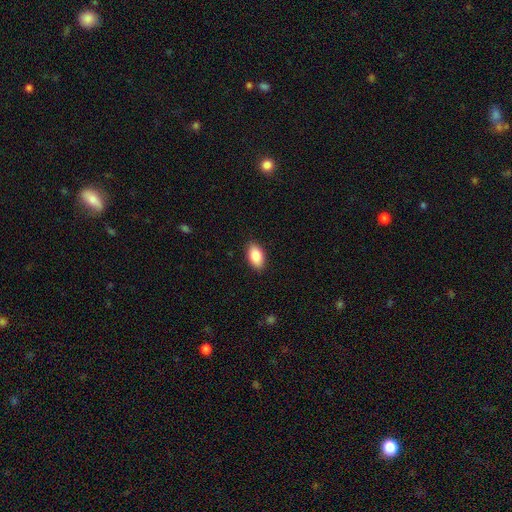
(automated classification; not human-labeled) This appears to be a smooth galaxy with no disk features (86%) that is in between round and cigar-shaped (93%). Merging: none (89%).